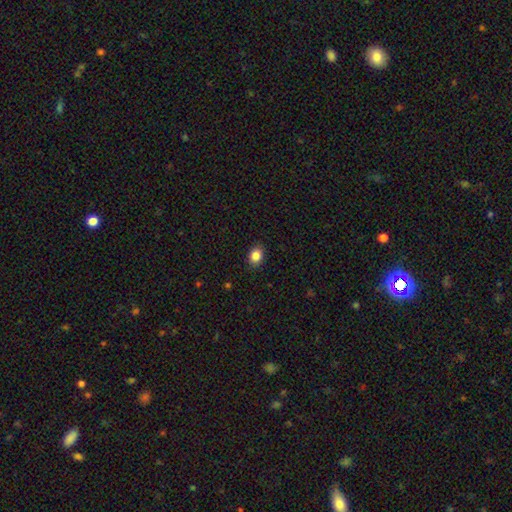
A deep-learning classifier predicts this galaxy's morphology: Smooth or featured? smooth (86%)
How rounded? in between (60%)
Merging? none (89%)